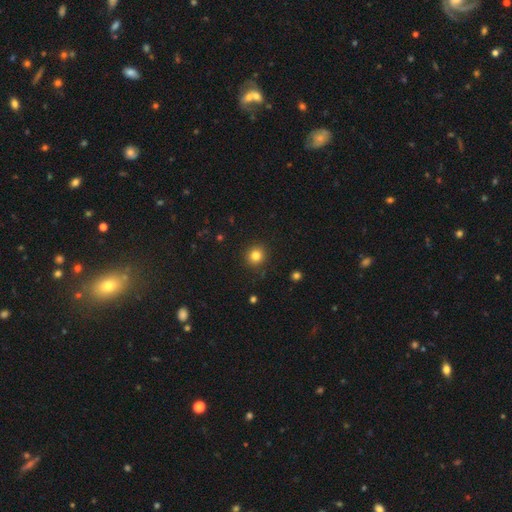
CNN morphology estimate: type=smooth (83%); roundness=round (92%); merging=none (91%).